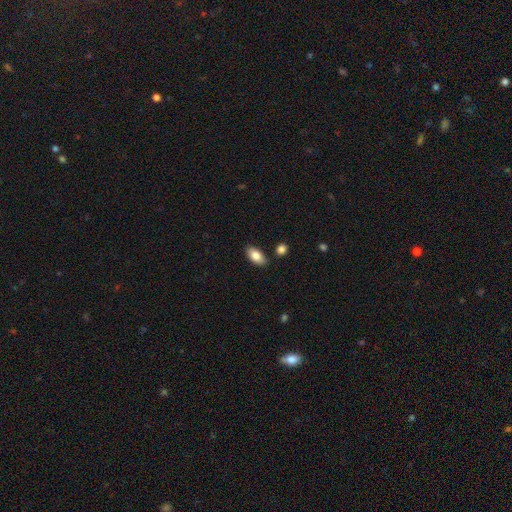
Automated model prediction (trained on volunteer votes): A smooth galaxy with no disk features (83%) that is in between round and cigar-shaped (93%). Merging: none (84%).